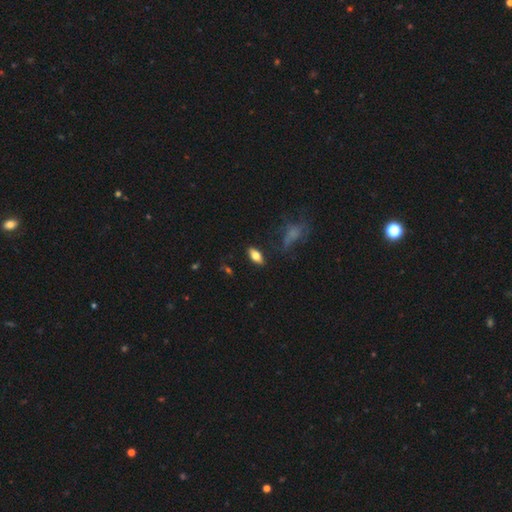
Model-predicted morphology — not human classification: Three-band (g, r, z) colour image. It shows a smooth galaxy with no disk features (66%) that is in between round and cigar-shaped (83%). Merging: none (85%).